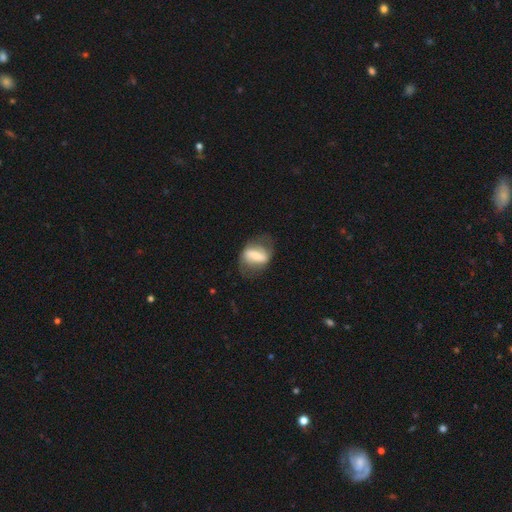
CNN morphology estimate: Smooth or featured? featured or disk (58%)
Edge-on disk? no (92%)
Bar? strong (59%)
Spiral arms? yes (62%)
Bulge size? moderate (38%)
Merging? none (61%)